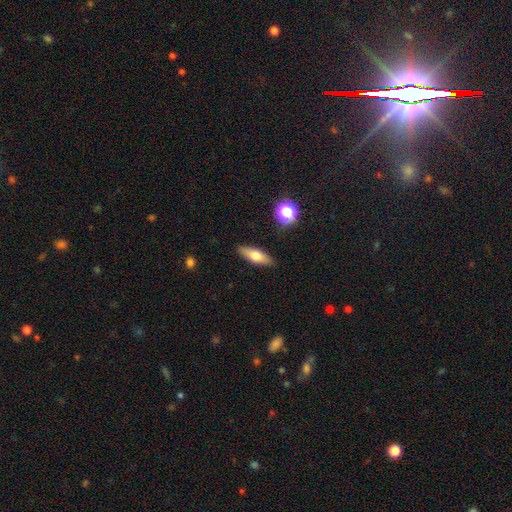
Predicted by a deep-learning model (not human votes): A smooth galaxy with no disk features (65%) that is in between round and cigar-shaped (59%). Merging: none (87%).